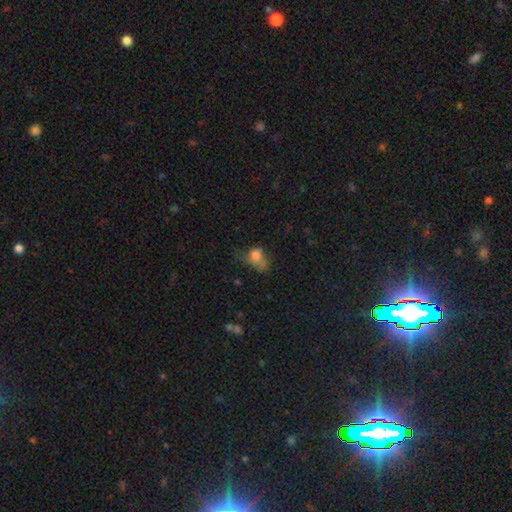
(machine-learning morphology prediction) Smooth or featured: smooth — 70% (featured or disk — 17%)
How rounded: in between — 62% (round — 35%)
Merging: major disturbance — 36% (minor disturbance — 28%)